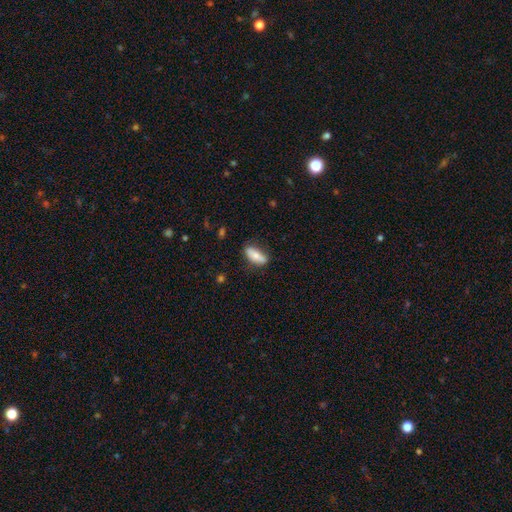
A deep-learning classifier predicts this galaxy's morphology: A smooth galaxy with no disk features (74%) that is in between round and cigar-shaped (76%). Merging: none (73%).